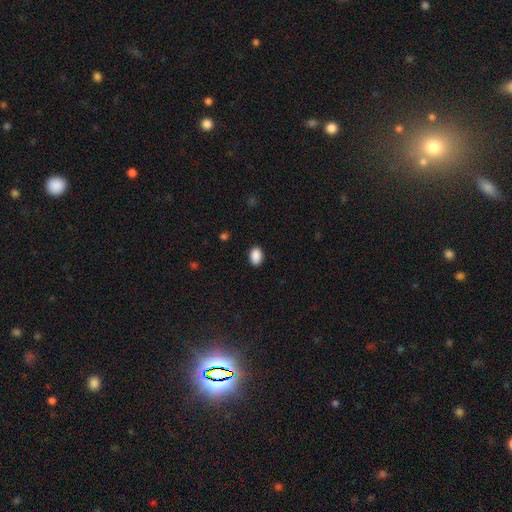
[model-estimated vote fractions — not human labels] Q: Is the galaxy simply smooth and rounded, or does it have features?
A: smooth — 90%.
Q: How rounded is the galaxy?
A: in between — 80%.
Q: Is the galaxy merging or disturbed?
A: none — 88%.